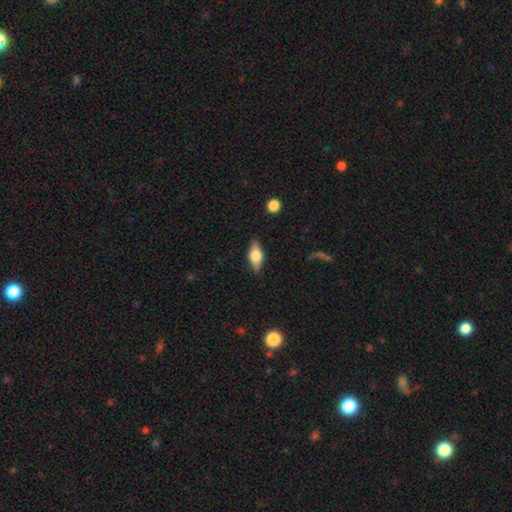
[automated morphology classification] This appears to be a smooth galaxy with no disk features (55%) that is in between round and cigar-shaped (79%). Merging: none (85%).